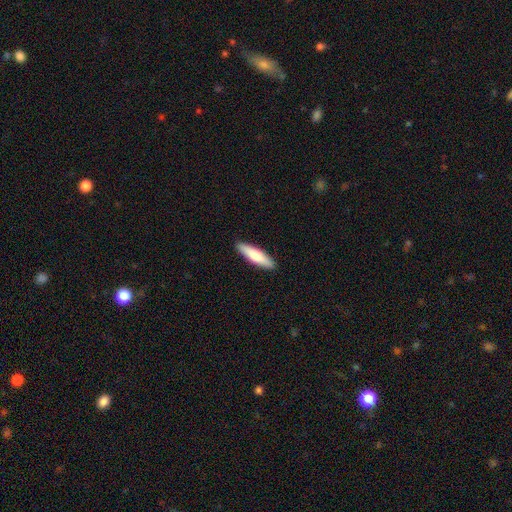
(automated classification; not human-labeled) Smooth or featured? Predicted: smooth (p=0.74). How rounded? Predicted: cigar-shaped (p=0.71). Merging? Predicted: none (p=0.91).